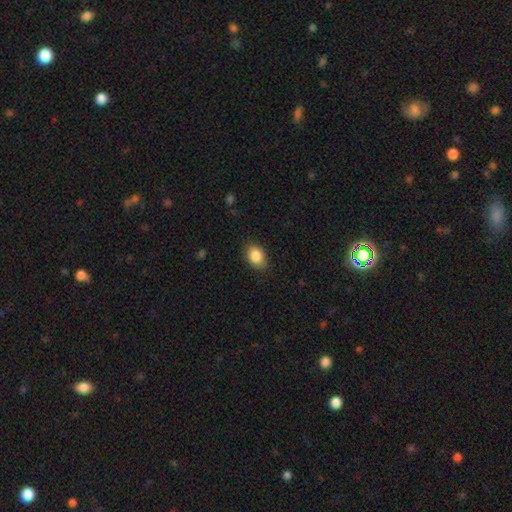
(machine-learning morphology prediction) A smooth galaxy with no disk features (87%) that is in between round and cigar-shaped (74%). Merging: none (83%).